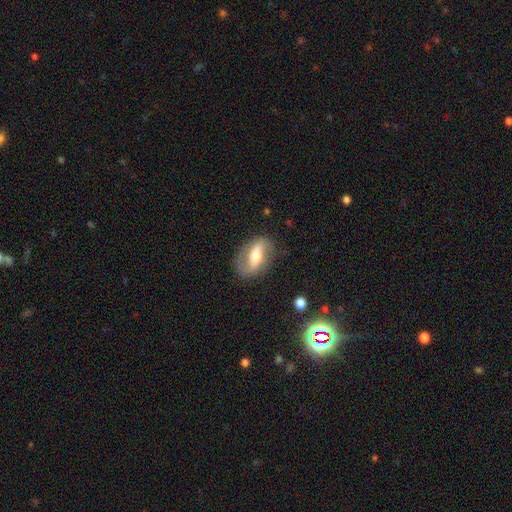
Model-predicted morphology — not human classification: smooth_or_featured: featured or disk (p=0.70) [alt: smooth p=0.24]
disk_edge_on: no (p=0.91) [alt: yes p=0.09]
bar: strong (p=0.48) [alt: weak p=0.32]
has_spiral_arms: yes (p=0.80) [alt: no p=0.20]
spiral_winding: loose (p=0.51) [alt: medium p=0.34]
spiral_arm_count: 2 (p=0.86) [alt: 1 p=0.06]
bulge_size: moderate (p=0.65) [alt: small p=0.19]
merging: none (p=0.78) [alt: minor disturbance p=0.14]